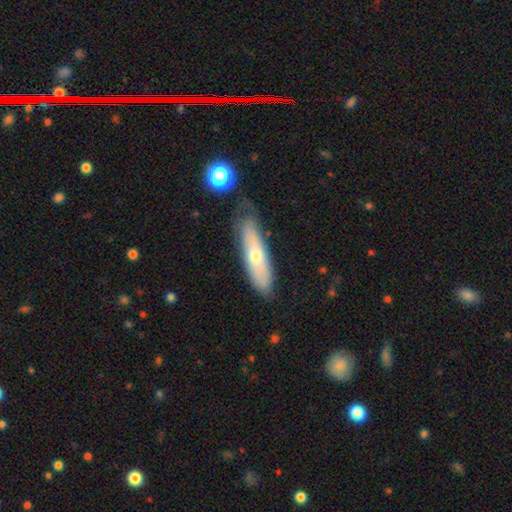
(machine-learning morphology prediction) smooth 56%, featured or disk 37%, star or artifact 7%. Down the decision tree: how rounded — cigar-shaped (66%); merging — none (66%).